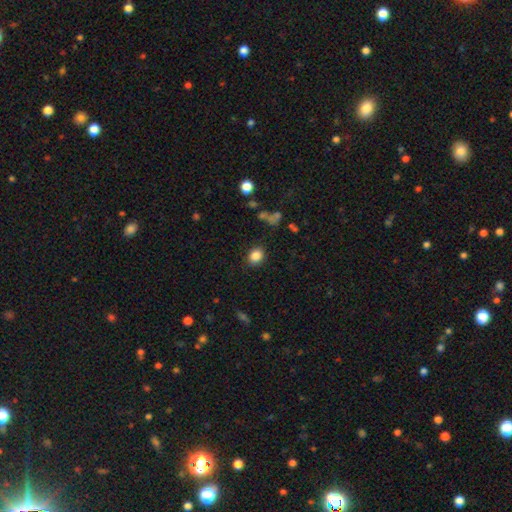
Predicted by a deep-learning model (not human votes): smooth_or_featured: smooth (p=0.85) [alt: star or artifact p=0.10]
how_rounded: round (p=0.62) [alt: in between p=0.37]
merging: none (p=0.86) [alt: minor disturbance p=0.09]